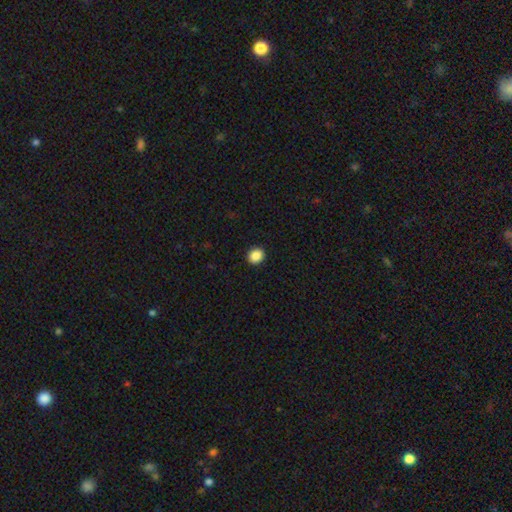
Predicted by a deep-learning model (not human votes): Smooth or featured? Predicted: smooth (p=0.88). How rounded? Predicted: round (p=0.73). Merging? Predicted: none (p=0.92).